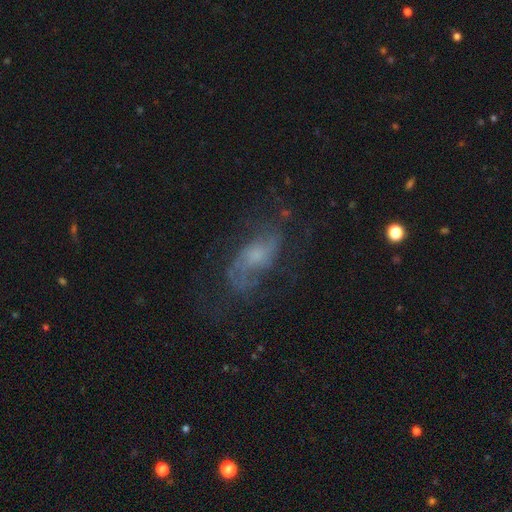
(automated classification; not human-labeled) A featured or disk galaxy (68%) with no bar (66%), 2 (62%) loose (43%) spiral arms (80%) and a small central bulge (46%). Merging: none (55%).